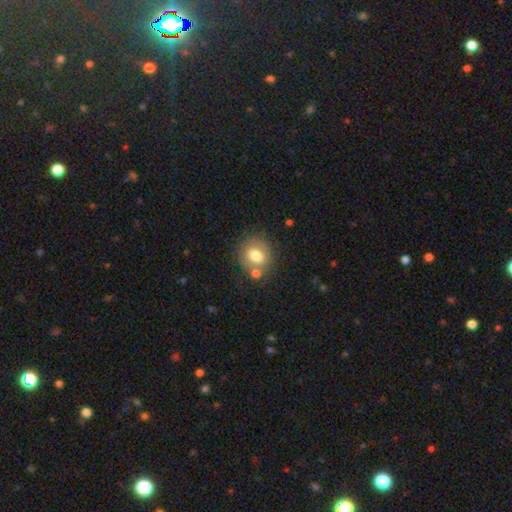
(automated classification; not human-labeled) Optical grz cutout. It shows a smooth galaxy with no disk features (72%) that is round (68%). Merging: none (65%).